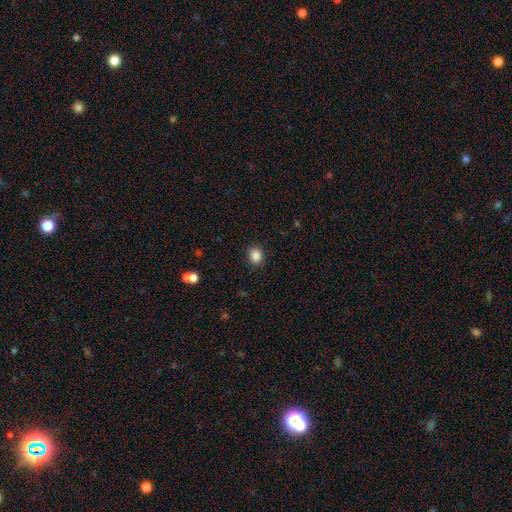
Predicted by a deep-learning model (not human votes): A smooth galaxy with no disk features (86%) that is round (64%).

Vote fractions:
- Smooth or featured? smooth: 86% / star or artifact: 10% / featured or disk: 3%
- How rounded? round: 64% / in between: 35% / cigar-shaped: 1%
- Merging? none: 89% / minor disturbance: 8% / major disturbance: 2% / merger: 1%